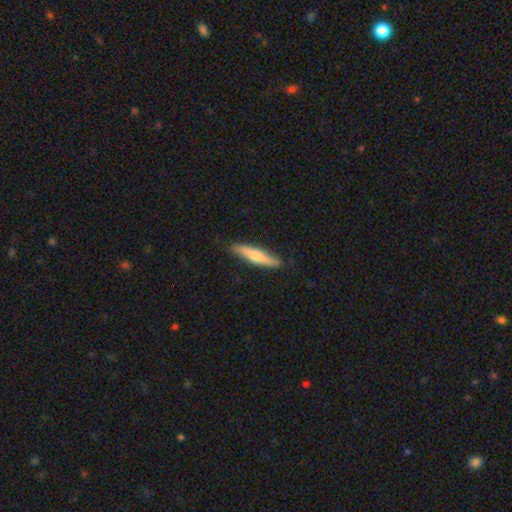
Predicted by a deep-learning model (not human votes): Morphology: type=smooth (62%); roundness=cigar-shaped (87%); merging=none (86%).